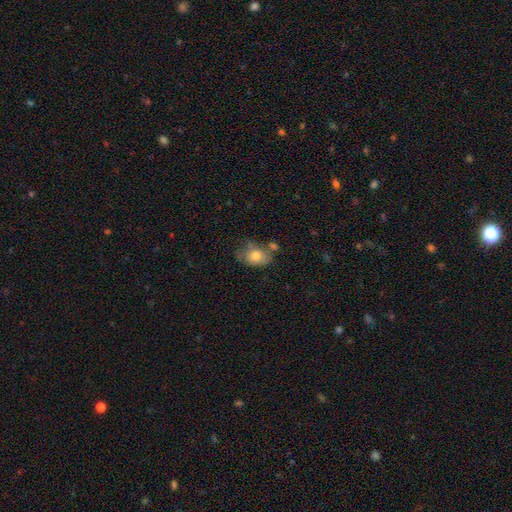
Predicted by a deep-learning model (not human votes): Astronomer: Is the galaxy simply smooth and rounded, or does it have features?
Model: smooth — 75%.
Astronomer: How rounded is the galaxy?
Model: in between — 72%.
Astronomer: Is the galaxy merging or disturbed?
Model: none — 43% (runner-up: minor disturbance, 29%).